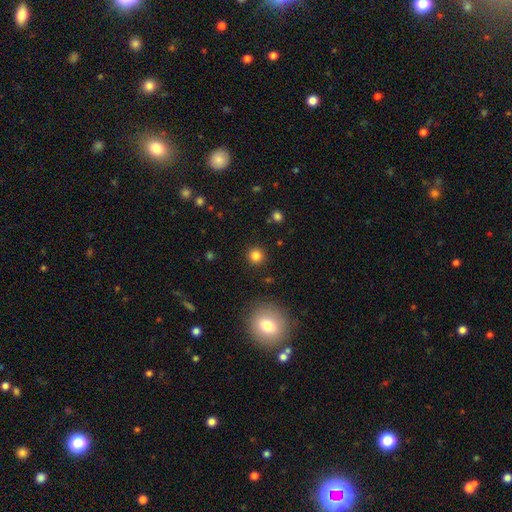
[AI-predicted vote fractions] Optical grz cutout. It shows a smooth galaxy with no disk features (82%) that is round (94%). Merging: none (91%).